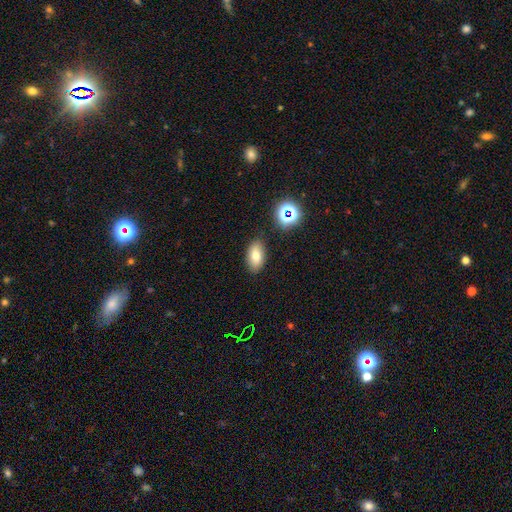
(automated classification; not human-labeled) The model was most divided on "smooth or featured": smooth: 75%, featured or disk: 13%, star or artifact: 12%. More confident: how rounded — in between (91%); merging — none (85%).